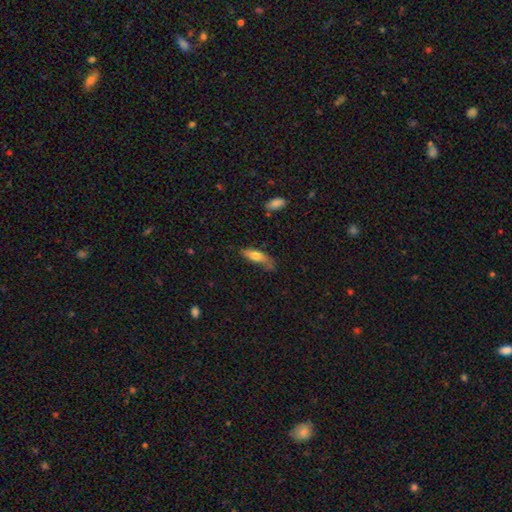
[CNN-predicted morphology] smooth_or_featured: smooth (p=0.69) [alt: featured or disk p=0.24]
how_rounded: in between (p=0.56) [alt: cigar-shaped p=0.42]
merging: none (p=0.49) [alt: minor disturbance p=0.32]